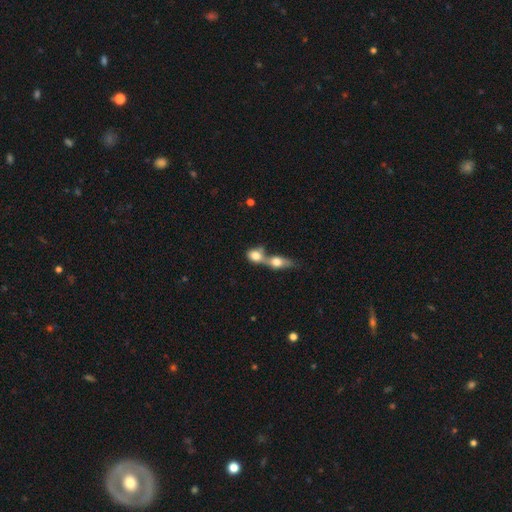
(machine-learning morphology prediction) Q: Smooth or featured?
A: smooth (74%); runner-up: featured or disk (18%)
Q: How rounded?
A: in between (56%); runner-up: round (38%)
Q: Merging?
A: merger (75%); runner-up: none (17%)